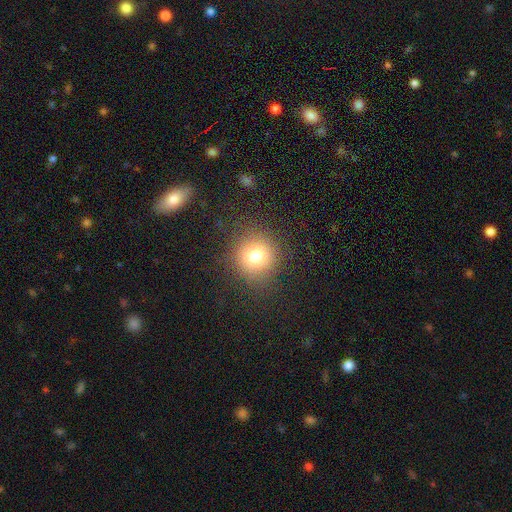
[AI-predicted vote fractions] Smooth or featured? Predicted: smooth (p=0.76). How rounded? Predicted: round (p=0.91). Merging? Predicted: none (p=0.85).